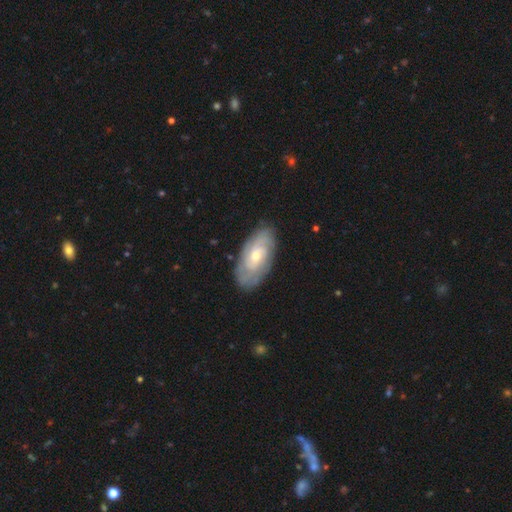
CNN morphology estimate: This appears to be a featured or disk galaxy (66%) with no bar (70%), tight (66%) spiral arms (84%) and a moderate central bulge (48%, tied with small). Merging: none (81%).